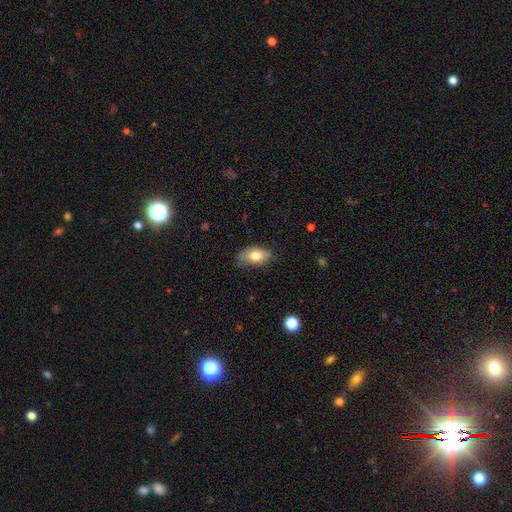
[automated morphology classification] Q: Smooth or featured?
A: smooth (76%); runner-up: featured or disk (16%)
Q: How rounded?
A: in between (90%); runner-up: round (8%)
Q: Merging?
A: none (70%); runner-up: minor disturbance (24%)